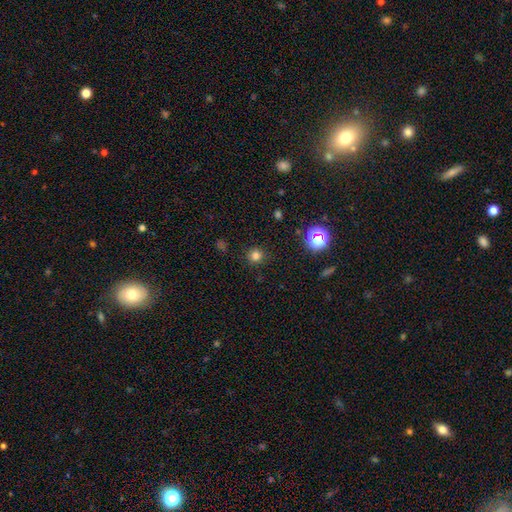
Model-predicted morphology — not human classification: smooth_or_featured: smooth (p=0.77) [alt: star or artifact p=0.17]
how_rounded: round (p=0.93) [alt: in between p=0.06]
merging: none (p=0.89) [alt: minor disturbance p=0.07]